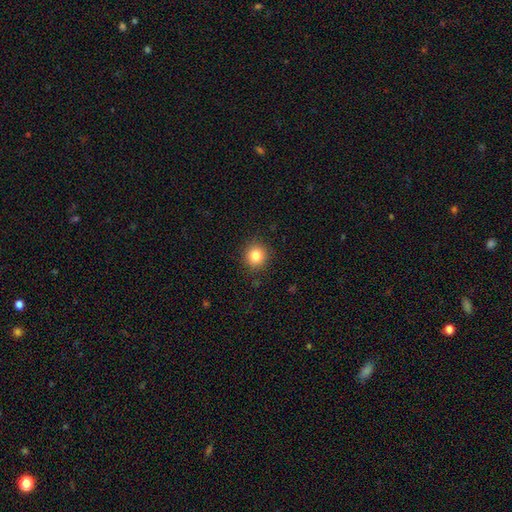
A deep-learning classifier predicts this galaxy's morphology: type=smooth (84%); roundness=round (89%); merging=none (90%).